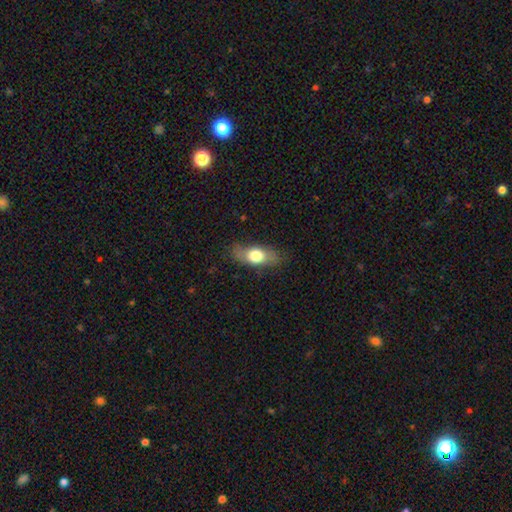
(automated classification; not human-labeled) Smooth or featured? smooth (67%)
How rounded? in between (77%)
Merging? none (76%)